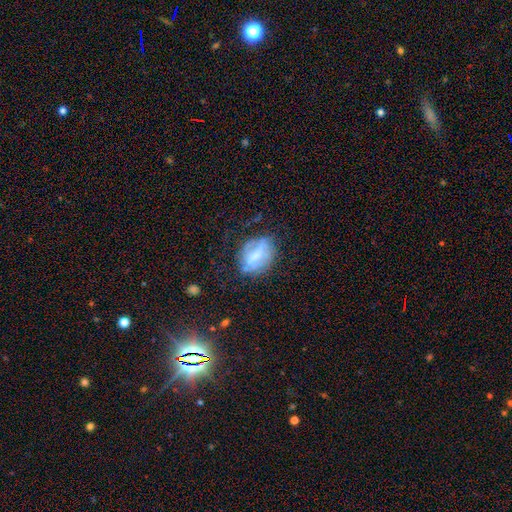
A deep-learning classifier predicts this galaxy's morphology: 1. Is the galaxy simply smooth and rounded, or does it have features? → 57% featured or disk, 33% smooth, 10% star or artifact.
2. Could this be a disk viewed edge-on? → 85% no, 15% yes.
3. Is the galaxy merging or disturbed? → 59% none, 24% minor disturbance, 14% major disturbance, 3% merger.